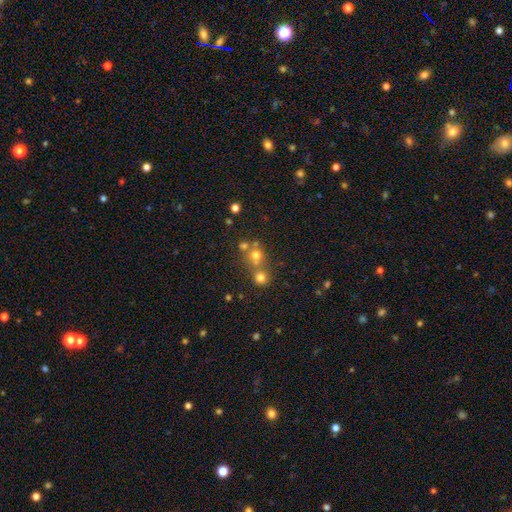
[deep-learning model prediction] Overall: smooth (62%; star or artifact 23%). How rounded: round (85%). Merging: none (49%; merger 41%).